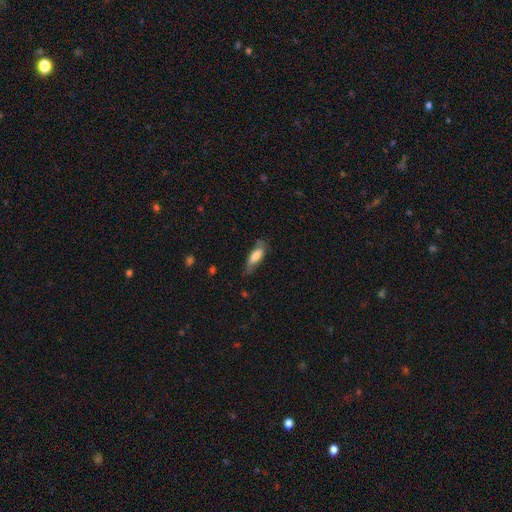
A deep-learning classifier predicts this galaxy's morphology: Smooth or featured?
  - smooth: 72% *
  - featured or disk: 22%
  - star or artifact: 7%
How rounded?
  - in between: 65% *
  - cigar-shaped: 33%
  - round: 2%
Merging?
  - none: 58% *
  - minor disturbance: 30%
  - major disturbance: 10%
  - merger: 2%